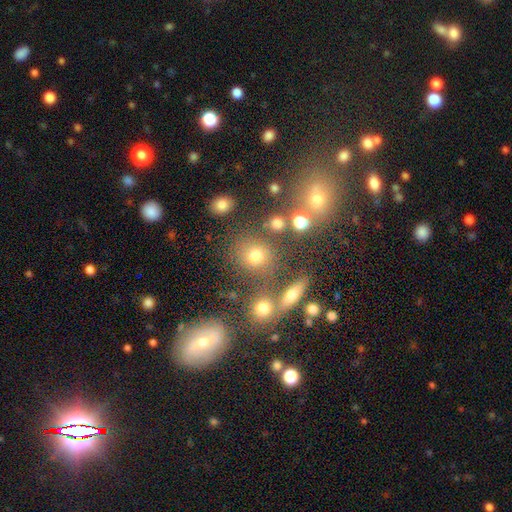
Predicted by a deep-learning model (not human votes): This is likely a smooth galaxy (68%). How rounded: likely round (77%). Merging: likely none (68%).